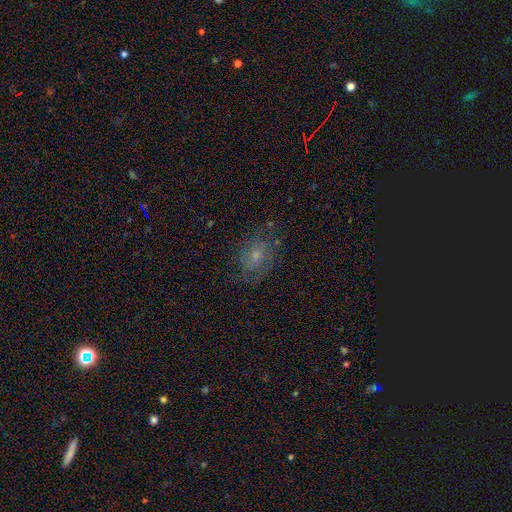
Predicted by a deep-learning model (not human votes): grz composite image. It shows a featured or disk galaxy (47%). Merging: none (68%).